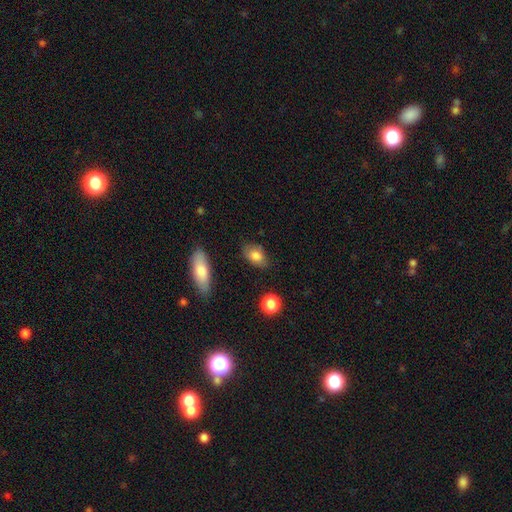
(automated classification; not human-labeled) Smooth or featured? smooth (83%)
How rounded? in between (87%)
Merging? none (74%)